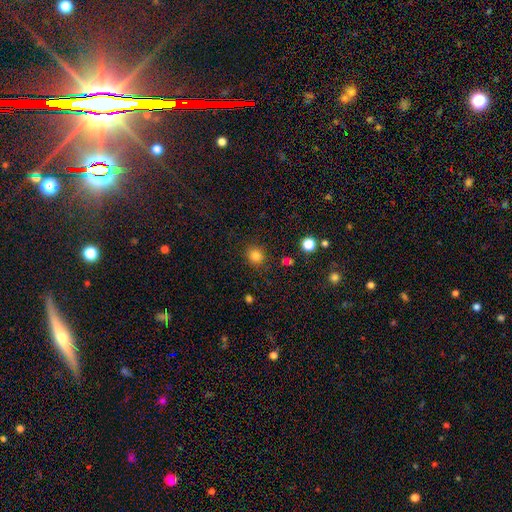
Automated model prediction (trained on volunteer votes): This appears to be a smooth galaxy with no disk features (82%) that is round (87%). Merging: none (86%).